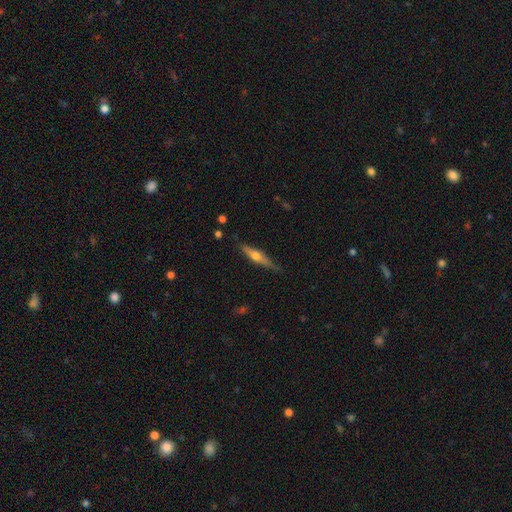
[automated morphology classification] Smooth or featured?
  - featured or disk: 62% *
  - smooth: 32%
  - star or artifact: 6%
Edge-on disk?
  - yes: 95% *
  - no: 5%
Edge-on bulge?
  - rounded: 92% *
  - boxy: 4%
  - none: 4%
Merging?
  - none: 80% *
  - minor disturbance: 16%
  - major disturbance: 3%
  - merger: 1%